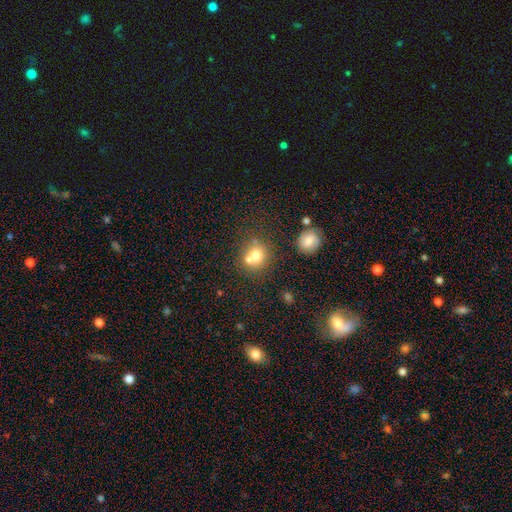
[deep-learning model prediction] The model was most divided on "merging": none: 50%, merger: 37%, minor disturbance: 9%, major disturbance: 4%. More confident: how rounded — round (83%); smooth or featured — smooth (72%).